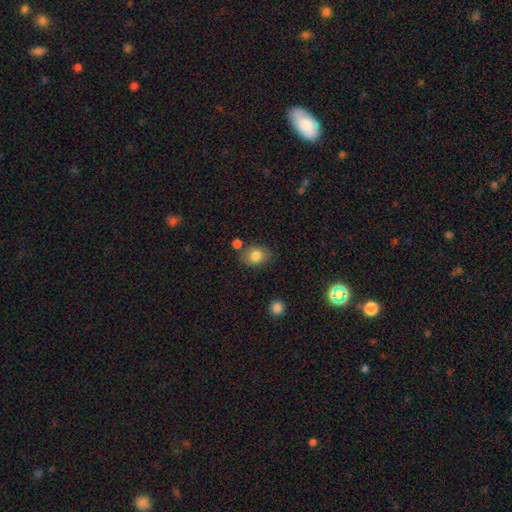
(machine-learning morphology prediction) Overall: smooth (81%). How rounded: in between (56%; round 43%). Merging: none (74%).